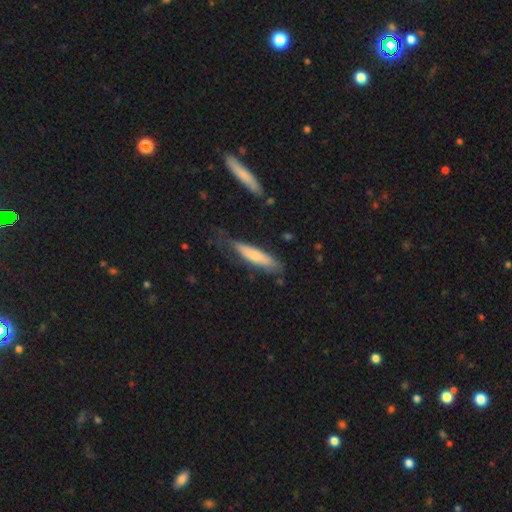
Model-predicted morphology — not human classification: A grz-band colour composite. It shows a smooth galaxy with no disk features (67%) that is cigar-shaped (79%). Merging: none (61%).